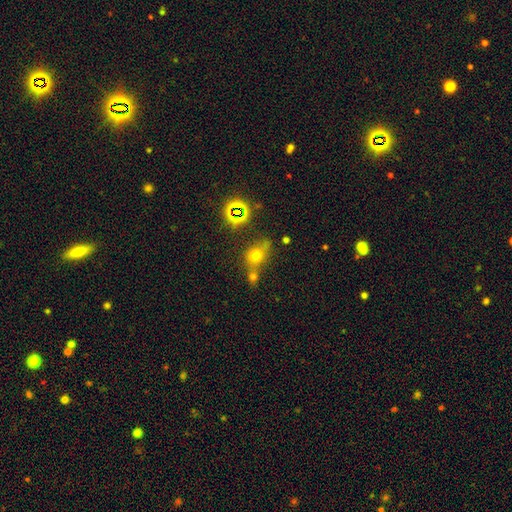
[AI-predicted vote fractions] smooth-or-featured: smooth: 62% | star or artifact: 25% | featured or disk: 14%
  how-rounded: round: 56% | in between: 41% | cigar-shaped: 3%
  merging: none: 45% | merger: 34% | minor disturbance: 14% | major disturbance: 8%